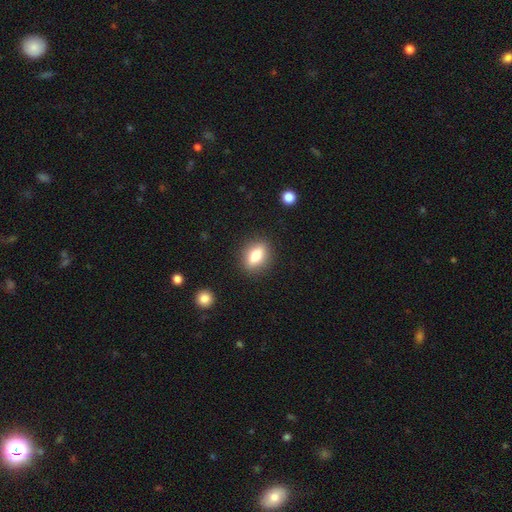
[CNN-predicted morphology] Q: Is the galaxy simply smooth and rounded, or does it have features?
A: smooth — 74%.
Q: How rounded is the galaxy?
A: in between — 73%.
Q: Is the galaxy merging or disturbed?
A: none — 88%.